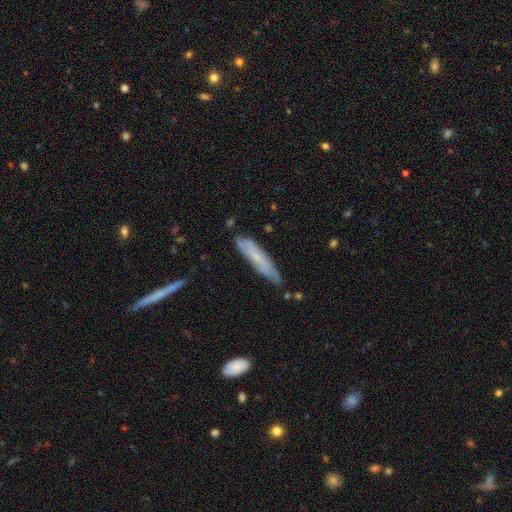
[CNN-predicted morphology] A smooth galaxy with no disk features (51%) that is cigar-shaped (84%). Merging: none (66%).